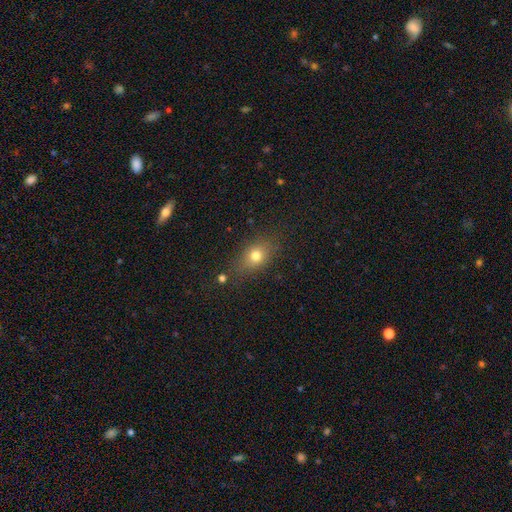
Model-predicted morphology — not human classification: type=smooth (74%); roundness=in between (62%); merging=none (75%).